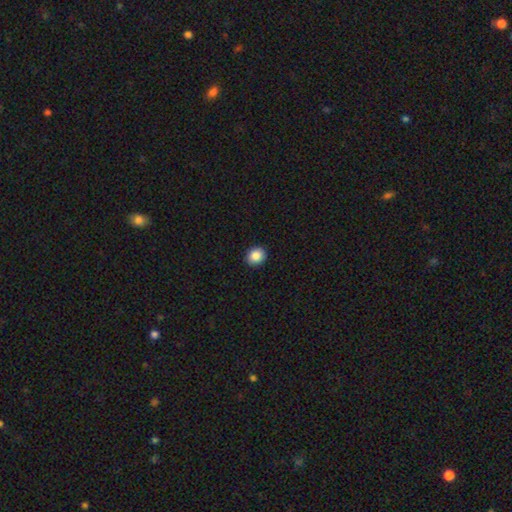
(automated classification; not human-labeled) Smooth or featured?
  - smooth: 88% *
  - star or artifact: 9%
  - featured or disk: 4%
How rounded?
  - round: 67% *
  - in between: 32%
  - cigar-shaped: 1%
Merging?
  - none: 92% *
  - minor disturbance: 6%
  - major disturbance: 2%
  - merger: 1%